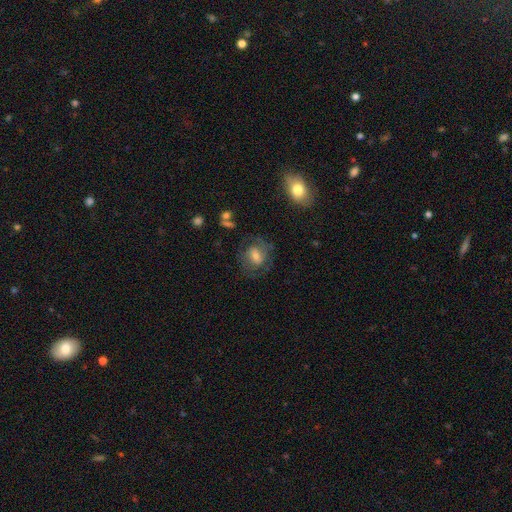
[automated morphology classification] type=smooth (45%); merging=none (67%).